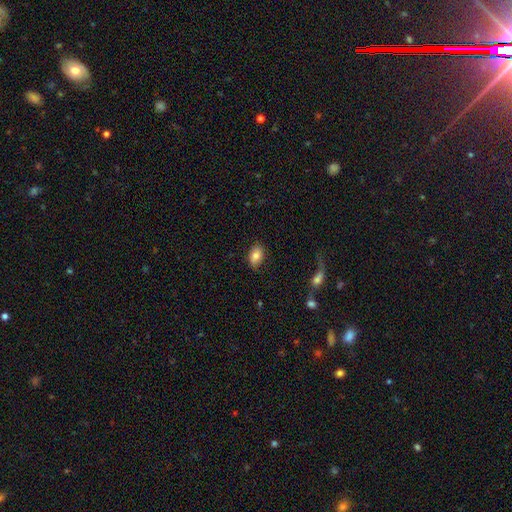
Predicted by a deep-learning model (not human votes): Smooth or featured? smooth (79%)
How rounded? in between (87%)
Merging? none (84%)